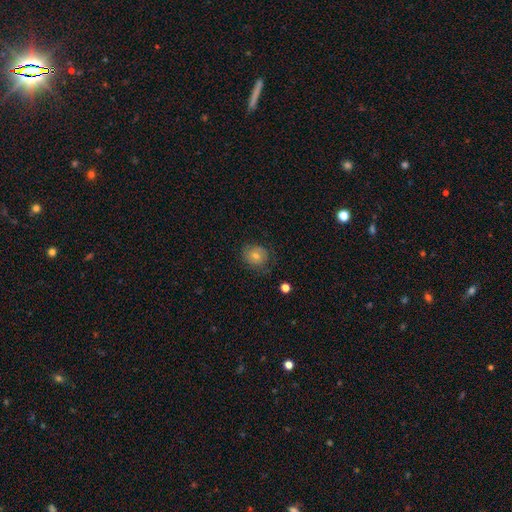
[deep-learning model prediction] Smooth or featured: smooth — 60% (featured or disk — 27%)
How rounded: round — 77% (in between — 22%)
Merging: none — 74% (minor disturbance — 18%)